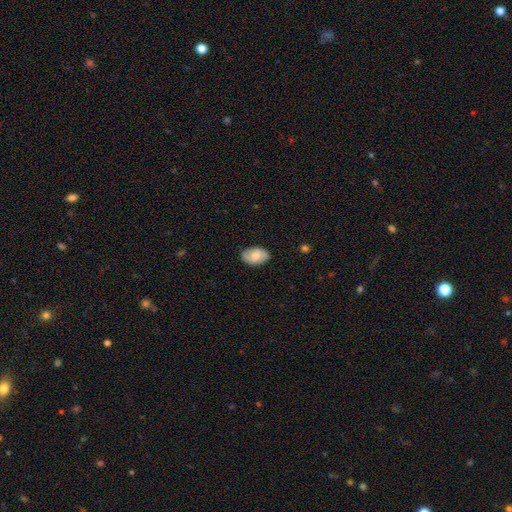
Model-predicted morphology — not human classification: The model was most divided on "smooth or featured": smooth: 66%, featured or disk: 28%, star or artifact: 7%. More confident: how rounded — in between (89%); merging — none (83%).